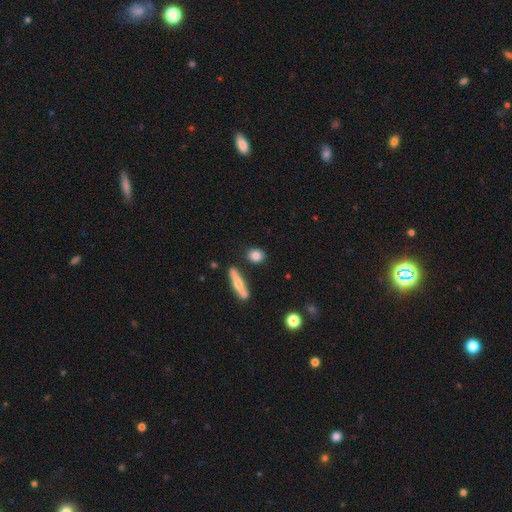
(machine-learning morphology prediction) smooth_or_featured: smooth (p=0.80) [alt: featured or disk p=0.12]
how_rounded: round (p=0.53) [alt: in between p=0.38]
merging: none (p=0.83) [alt: minor disturbance p=0.10]